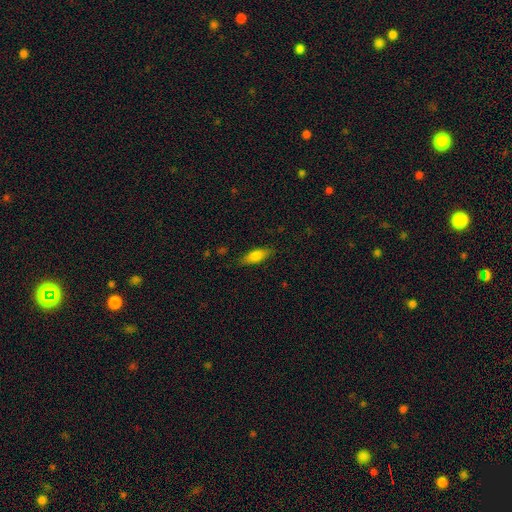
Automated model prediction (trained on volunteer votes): The model was most divided on "how rounded": in between: 67%, cigar-shaped: 30%, round: 2%. More confident: merging — none (83%); smooth or featured — smooth (77%).